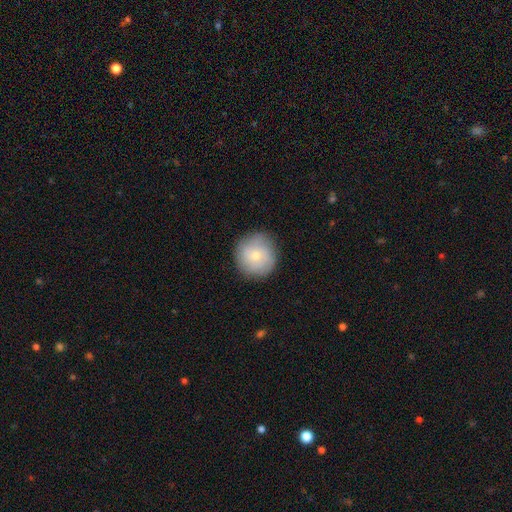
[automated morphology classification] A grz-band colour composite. It shows a smooth galaxy with no disk features (65%) that is round (94%). Merging: none (86%).